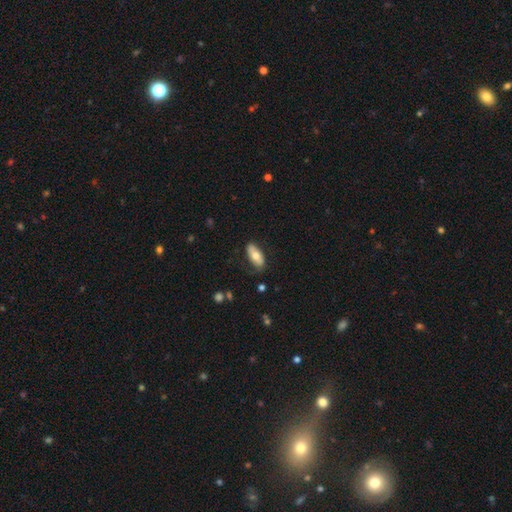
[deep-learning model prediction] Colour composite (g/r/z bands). It shows a smooth galaxy with no disk features (66%) that is in between round and cigar-shaped (85%). Merging: none (76%).